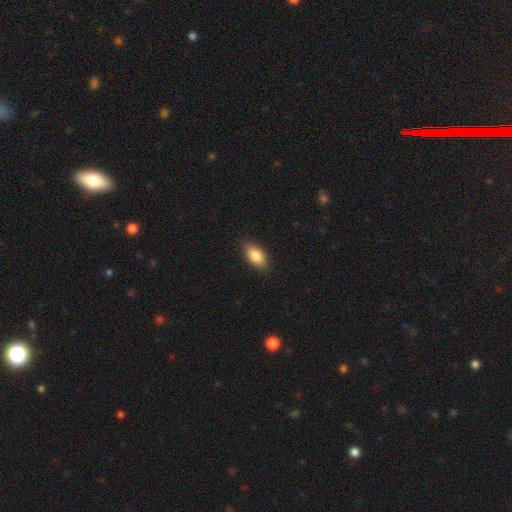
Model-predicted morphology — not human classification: smooth_or_featured: smooth (p=0.86) [alt: featured or disk p=0.07]
how_rounded: in between (p=0.91) [alt: cigar-shaped p=0.06]
merging: none (p=0.86) [alt: minor disturbance p=0.11]